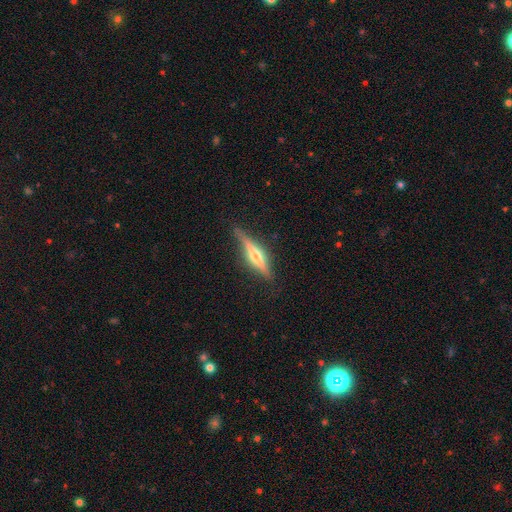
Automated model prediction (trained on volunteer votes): A featured or disk galaxy (71%) viewed edge-on (96%) with a rounded central bulge (84%). Merging: none (82%).